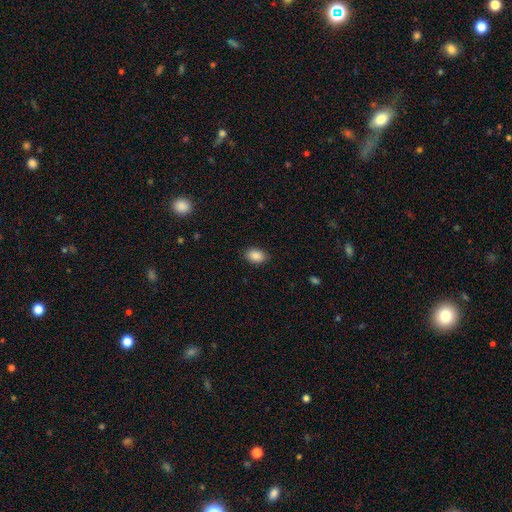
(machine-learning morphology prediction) Smooth or featured? smooth (89%)
How rounded? in between (86%)
Merging? none (87%)